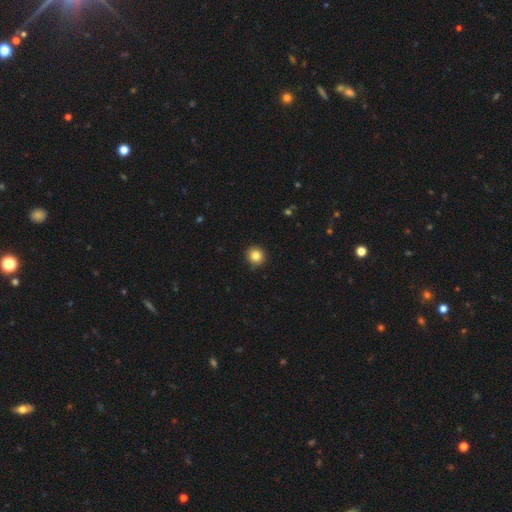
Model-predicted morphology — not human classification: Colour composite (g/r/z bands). It shows a smooth galaxy with no disk features (84%) that is round (93%). Merging: none (92%).